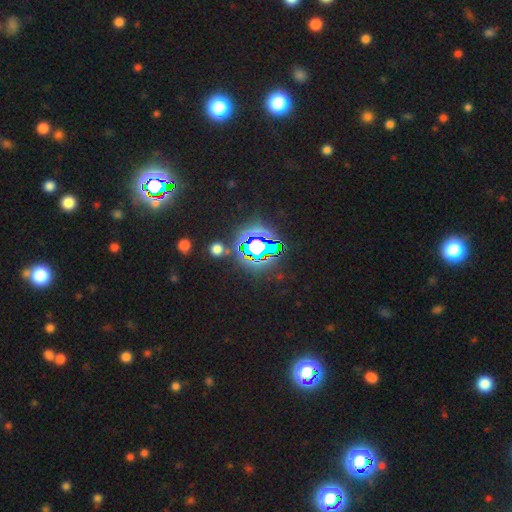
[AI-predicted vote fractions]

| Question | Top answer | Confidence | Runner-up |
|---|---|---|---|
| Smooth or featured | star or artifact | 78% | smooth (14%) |